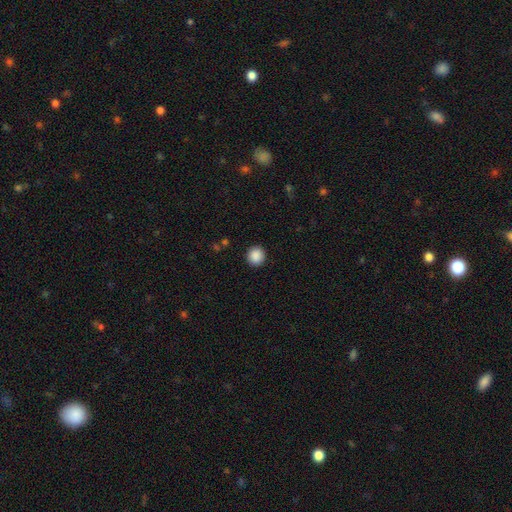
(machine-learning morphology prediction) This is clearly a smooth galaxy (89%). How rounded: clearly round (91%). Merging: clearly none (92%).